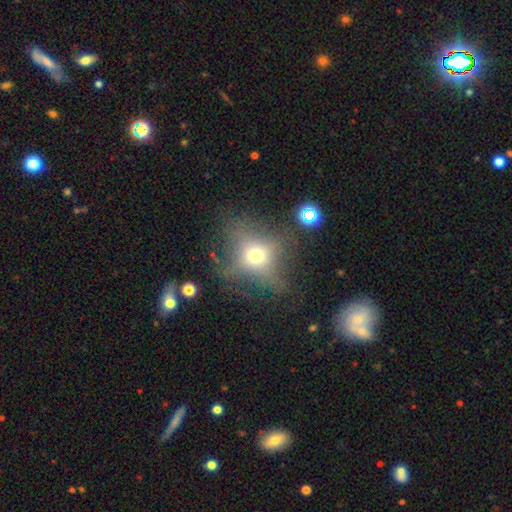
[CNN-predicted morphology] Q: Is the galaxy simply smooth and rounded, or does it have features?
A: smooth — 46%.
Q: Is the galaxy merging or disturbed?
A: none — 50%.